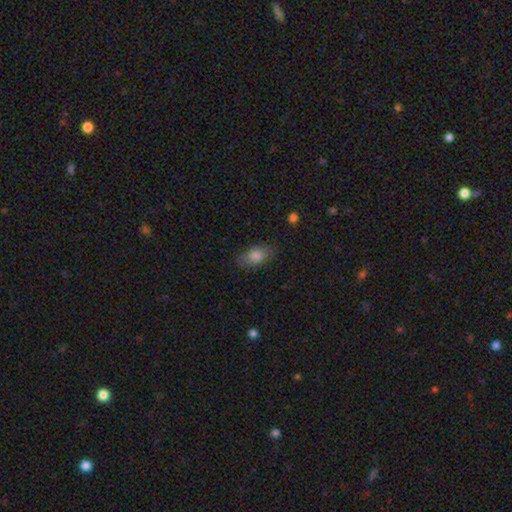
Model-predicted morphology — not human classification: Q: Smooth or featured?
A: smooth (79%); runner-up: featured or disk (12%)
Q: How rounded?
A: in between (87%); runner-up: round (7%)
Q: Merging?
A: none (80%); runner-up: minor disturbance (15%)